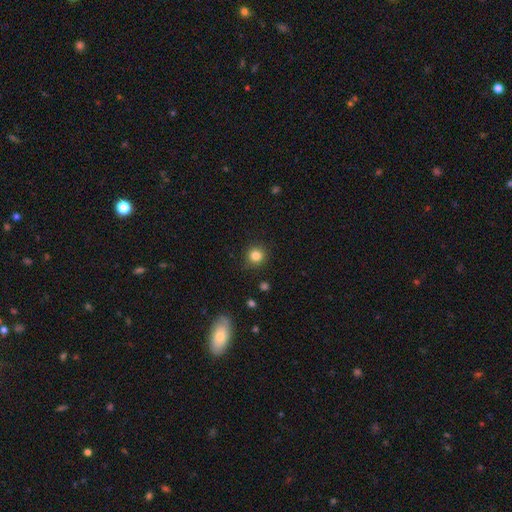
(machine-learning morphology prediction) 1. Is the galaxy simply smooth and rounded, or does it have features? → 84% smooth, 12% star or artifact, 5% featured or disk.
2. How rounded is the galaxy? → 93% round, 6% in between, 1% cigar-shaped.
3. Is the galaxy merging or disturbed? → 89% none, 7% minor disturbance, 2% major disturbance, 1% merger.